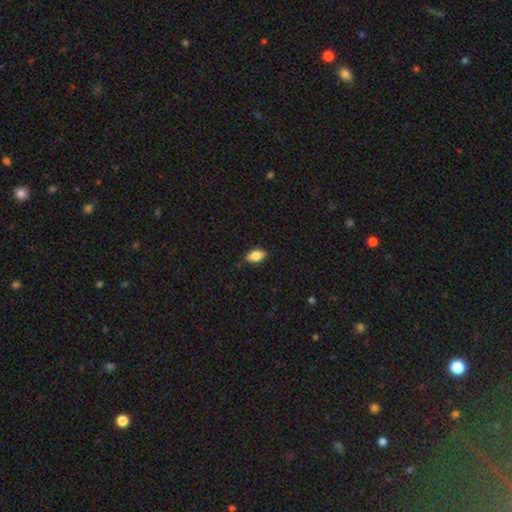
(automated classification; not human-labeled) Smooth or featured? smooth (82%)
How rounded? in between (90%)
Merging? none (83%)